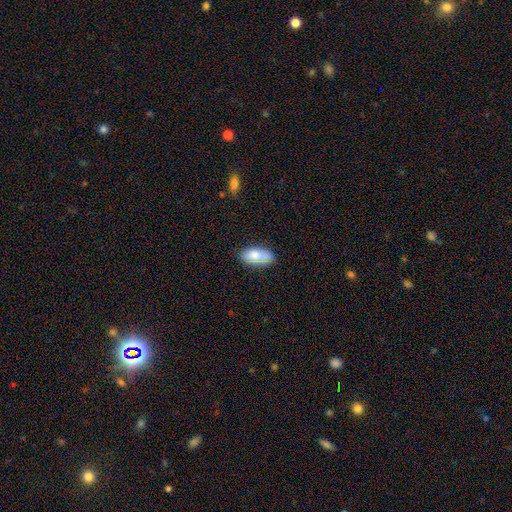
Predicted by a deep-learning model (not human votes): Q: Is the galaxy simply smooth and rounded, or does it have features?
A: smooth — 77%.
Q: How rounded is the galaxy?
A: in between — 92%.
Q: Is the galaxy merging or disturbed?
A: none — 73%.